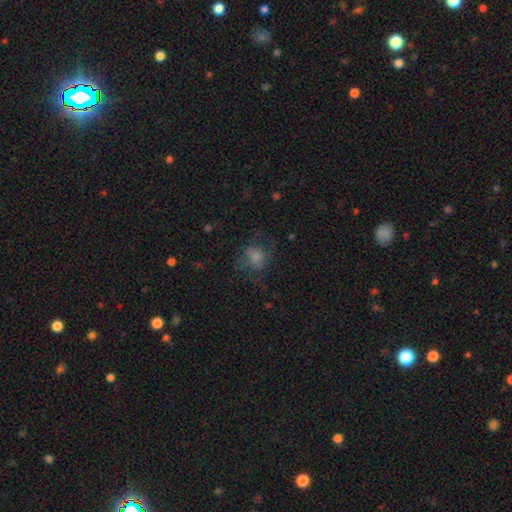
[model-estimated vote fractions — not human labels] Smooth or featured? Predicted: smooth (p=0.45). Merging? Predicted: none (p=0.67).